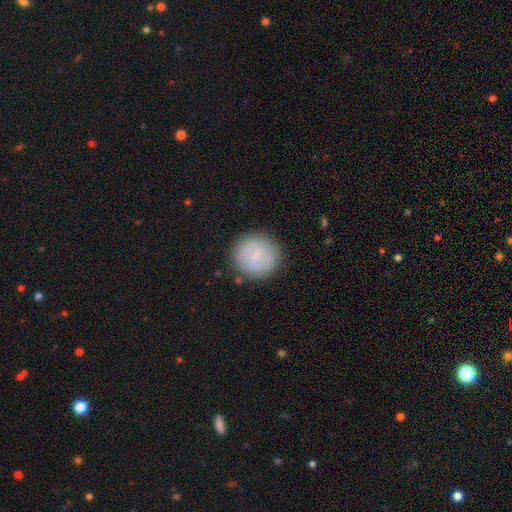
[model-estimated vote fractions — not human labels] Overall: smooth (58%; featured or disk 35%). How rounded: round (93%). Merging: none (85%).